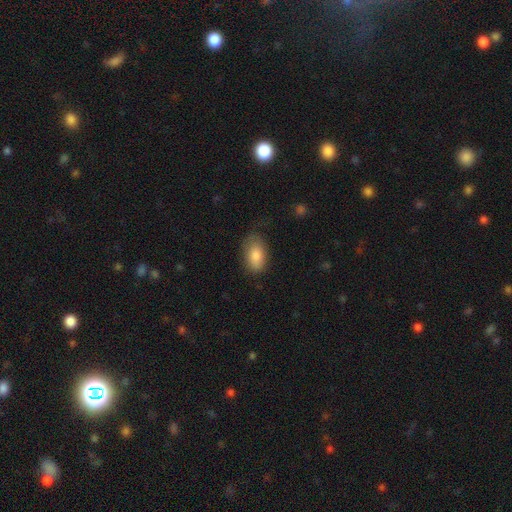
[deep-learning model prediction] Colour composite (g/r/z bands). It shows a smooth galaxy with no disk features (84%) that is in between round and cigar-shaped (91%). Merging: none (69%).